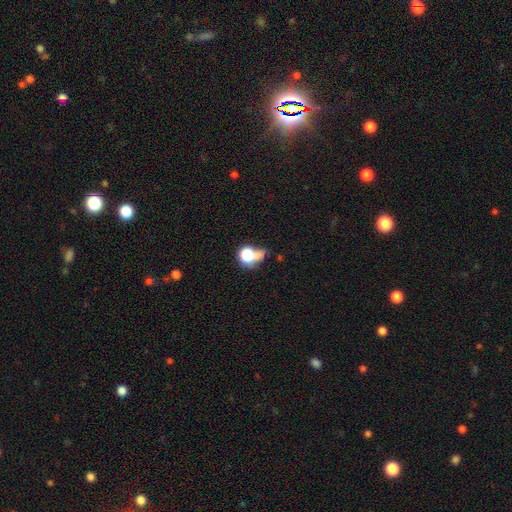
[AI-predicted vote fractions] Smooth or featured: smooth — 65% (featured or disk — 19%)
How rounded: round — 54% (in between — 43%)
Merging: merger — 34% (none — 30%)